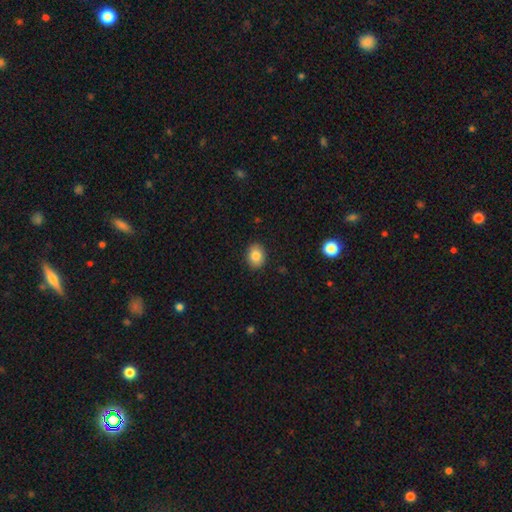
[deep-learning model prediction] Morphology: type=smooth (85%); roundness=in between (58%); merging=none (89%).